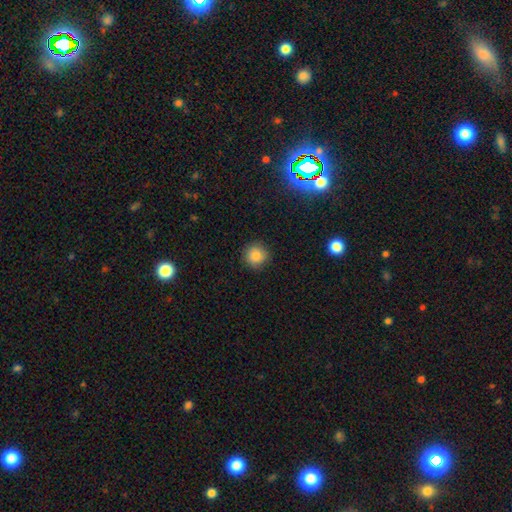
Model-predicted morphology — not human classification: smooth 84%, star or artifact 11%, featured or disk 6%. Down the decision tree: how rounded — round (94%); merging — none (89%).